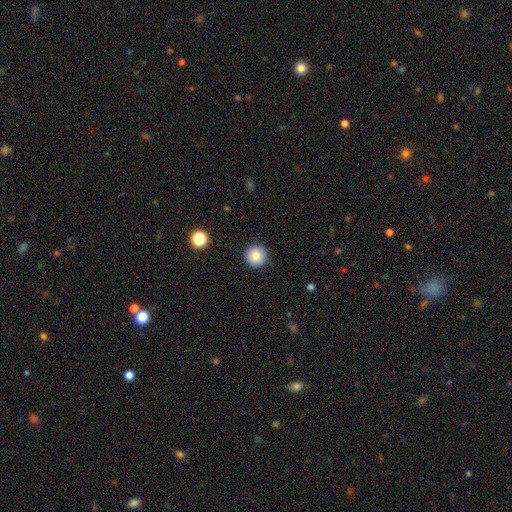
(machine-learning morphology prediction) The model was most divided on "smooth or featured": smooth: 84%, star or artifact: 10%, featured or disk: 7%. More confident: how rounded — round (96%); merging — none (90%).